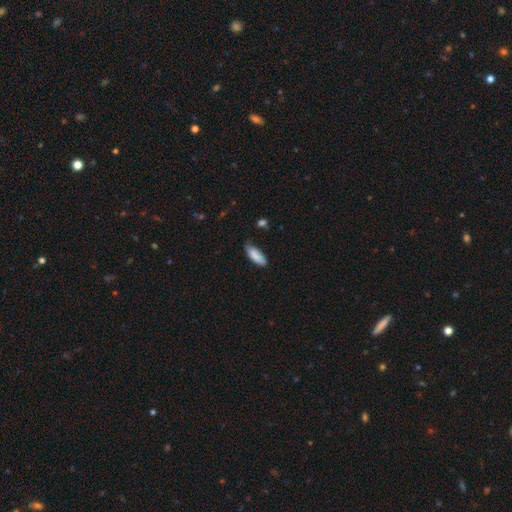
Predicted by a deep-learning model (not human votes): Morphology: type=smooth (88%); roundness=in between (69%); merging=none (71%).